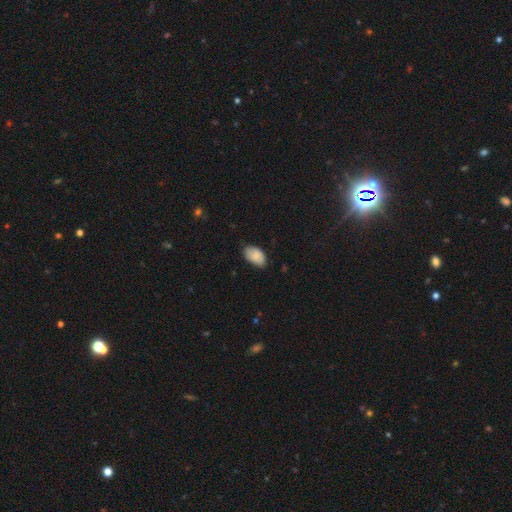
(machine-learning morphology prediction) Smooth or featured? Predicted: smooth (p=0.87). How rounded? Predicted: in between (p=0.94). Merging? Predicted: none (p=0.75).